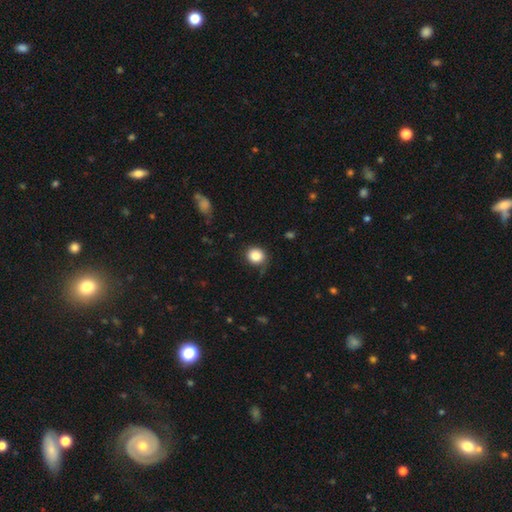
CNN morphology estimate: smooth 86%, star or artifact 9%, featured or disk 5%. Down the decision tree: how rounded — round (84%); merging — none (76%).